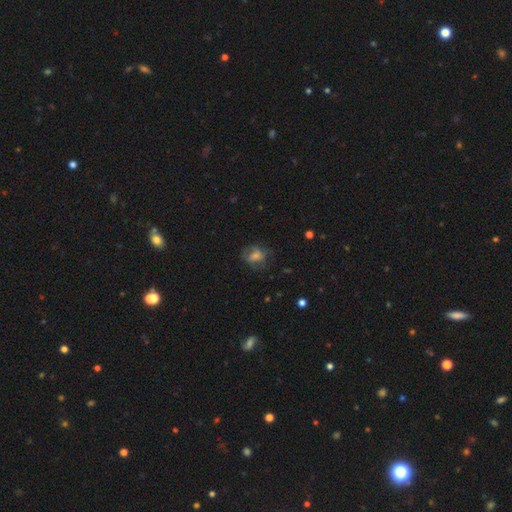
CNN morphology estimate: This is possibly a smooth galaxy (52%). How rounded: possibly round (50%). Merging: likely none (61%).